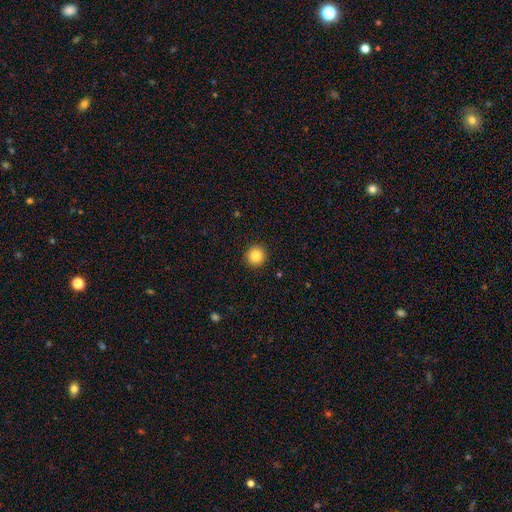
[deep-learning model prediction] Q: Smooth or featured?
A: smooth (85%); runner-up: star or artifact (10%)
Q: How rounded?
A: round (94%); runner-up: in between (5%)
Q: Merging?
A: none (93%); runner-up: minor disturbance (5%)